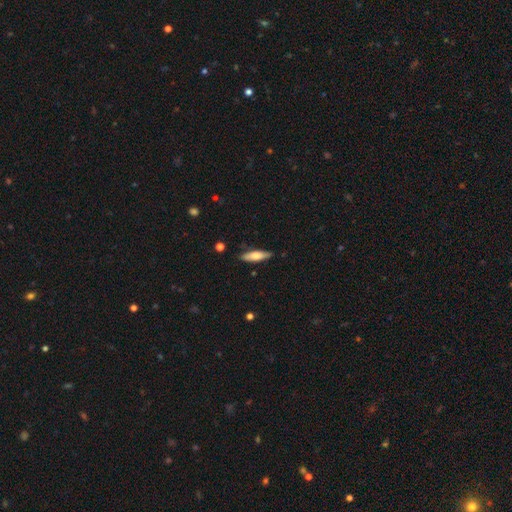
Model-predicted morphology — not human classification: type=smooth (60%); roundness=cigar-shaped (65%); merging=none (84%).